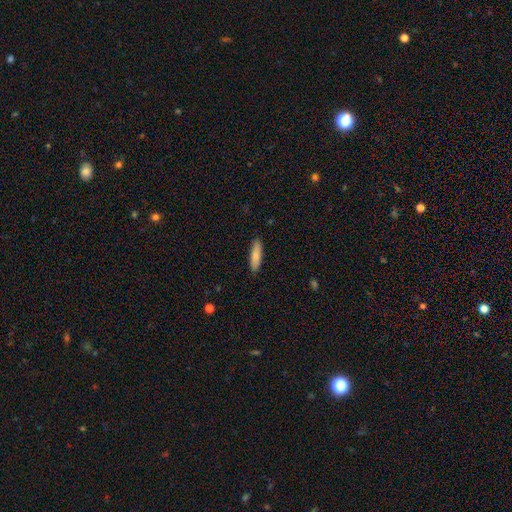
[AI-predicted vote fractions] Smooth or featured?
  - smooth: 81% *
  - featured or disk: 13%
  - star or artifact: 6%
How rounded?
  - cigar-shaped: 66% *
  - in between: 32%
  - round: 2%
Merging?
  - none: 88% *
  - minor disturbance: 9%
  - major disturbance: 2%
  - merger: 1%